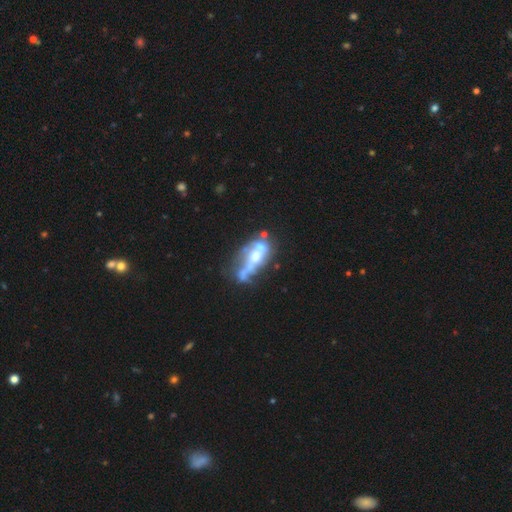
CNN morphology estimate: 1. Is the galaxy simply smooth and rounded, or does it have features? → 65% featured or disk, 25% smooth, 9% star or artifact.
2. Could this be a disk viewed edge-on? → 84% no, 16% yes.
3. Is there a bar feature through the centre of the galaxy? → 71% no, 17% weak, 12% strong.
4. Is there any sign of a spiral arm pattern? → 77% no, 23% yes.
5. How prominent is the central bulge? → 55% moderate, 18% small, 16% large, 9% none, 2% dominant.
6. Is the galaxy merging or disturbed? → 30% merger, 29% major disturbance, 23% none, 18% minor disturbance.